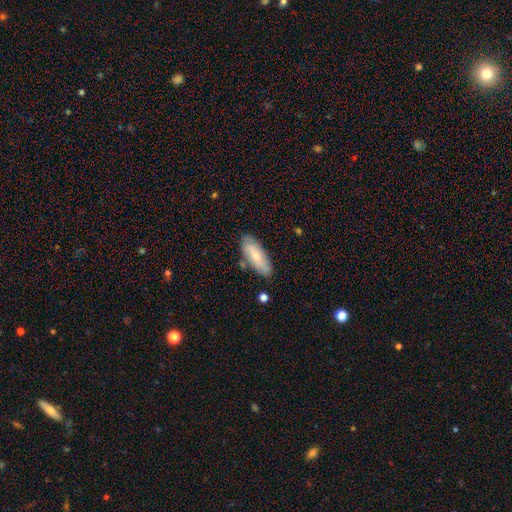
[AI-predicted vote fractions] Smooth or featured? smooth (69%)
How rounded? in between (70%)
Merging? none (76%)